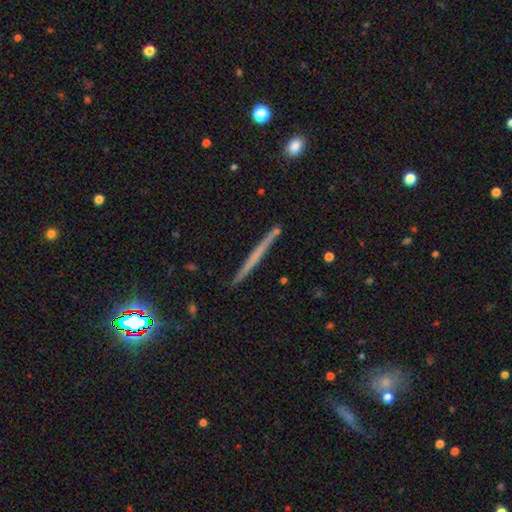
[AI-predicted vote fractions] featured or disk 54%, smooth 39%, star or artifact 8%. Down the decision tree: edge-on disk — yes (98%); edge-on bulge — none (87%); merging — none (91%).